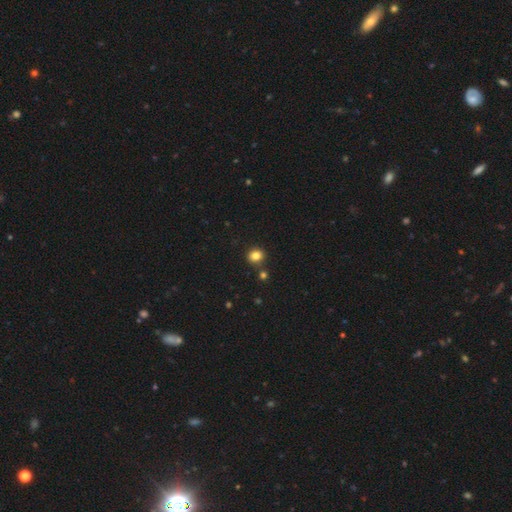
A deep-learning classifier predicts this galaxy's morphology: This appears to be a smooth galaxy with no disk features (83%) that is round (77%). Merging: none (82%).